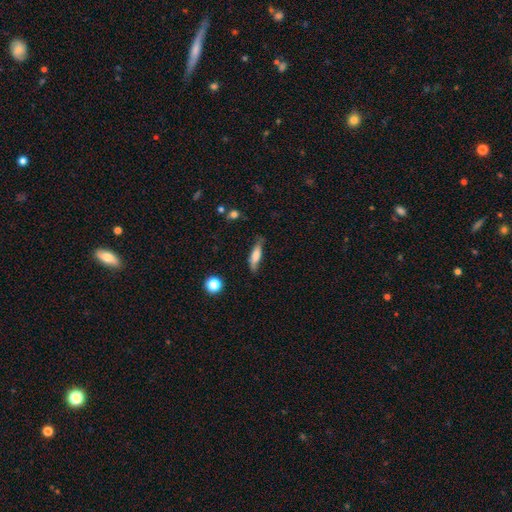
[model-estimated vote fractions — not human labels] This is likely a smooth galaxy (68%). How rounded: likely cigar-shaped (63%). Merging: likely none (72%).